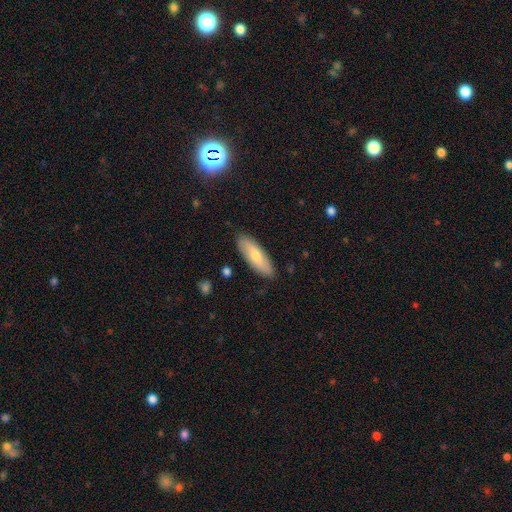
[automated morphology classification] smooth 67%, featured or disk 27%, star or artifact 5%. Down the decision tree: how rounded — in between (56%); merging — none (87%).